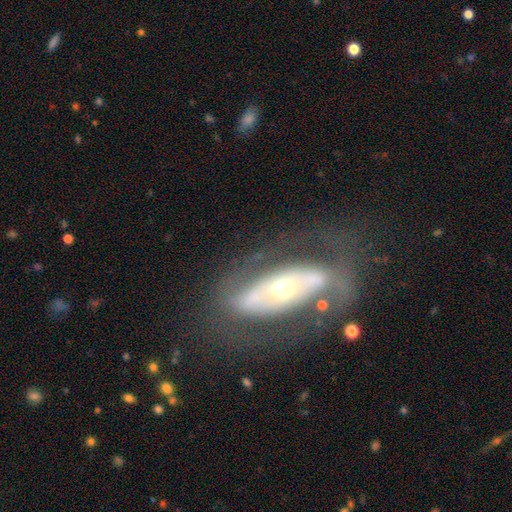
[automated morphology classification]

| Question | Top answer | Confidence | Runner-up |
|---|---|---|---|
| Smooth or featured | featured or disk | 70% | smooth (24%) |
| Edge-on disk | no | 84% | yes (16%) |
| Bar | no | 69% | strong (17%) |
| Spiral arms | no | 62% | yes (38%) |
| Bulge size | moderate | 52% | small (37%) |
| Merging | none | 68% | minor disturbance (15%) |